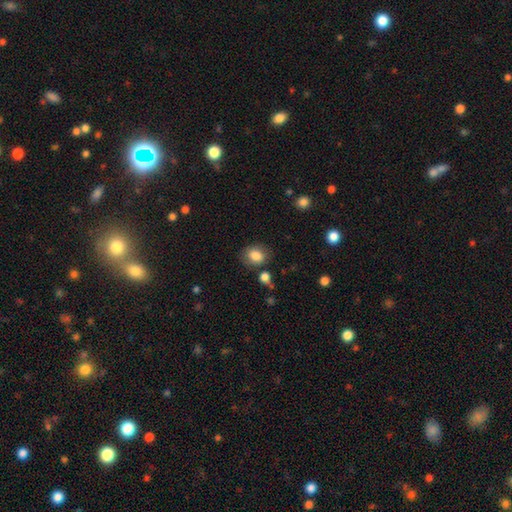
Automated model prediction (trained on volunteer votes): Smooth or featured? smooth (83%)
How rounded? in between (51%)
Merging? none (76%)